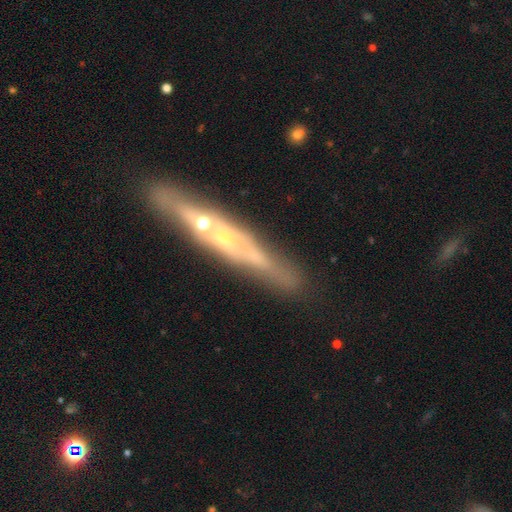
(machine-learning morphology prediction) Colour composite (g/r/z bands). It shows a featured or disk galaxy (56%) viewed edge-on (60%). Merging: none (40%).